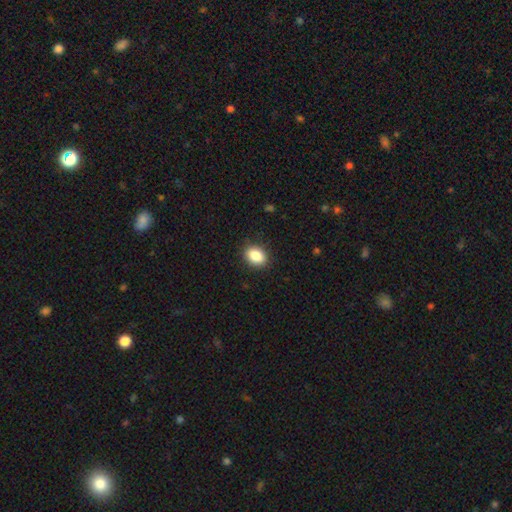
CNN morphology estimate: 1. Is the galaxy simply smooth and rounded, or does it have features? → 87% smooth, 8% star or artifact, 5% featured or disk.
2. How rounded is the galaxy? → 71% in between, 28% round, 1% cigar-shaped.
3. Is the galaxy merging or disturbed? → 89% none, 8% minor disturbance, 2% major disturbance, 1% merger.